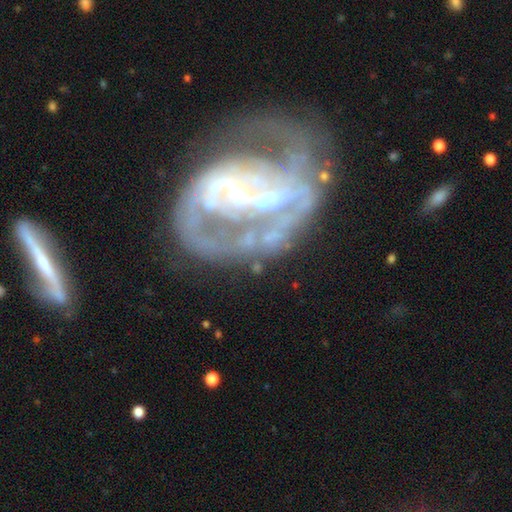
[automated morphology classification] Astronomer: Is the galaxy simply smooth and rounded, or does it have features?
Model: featured or disk — 83%.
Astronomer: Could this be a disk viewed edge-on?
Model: no — 97%.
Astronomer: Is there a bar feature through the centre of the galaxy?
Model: no — 40% (runner-up: weak, 37%).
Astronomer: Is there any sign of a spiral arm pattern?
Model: yes — 69%.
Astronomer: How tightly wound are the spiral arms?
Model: medium — 39% (runner-up: tight, 33%).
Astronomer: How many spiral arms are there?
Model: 2 — 36% (runner-up: can't tell, 31%).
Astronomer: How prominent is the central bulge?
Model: small — 41% (runner-up: moderate, 36%).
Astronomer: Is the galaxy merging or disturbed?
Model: major disturbance — 39% (runner-up: none, 30%).